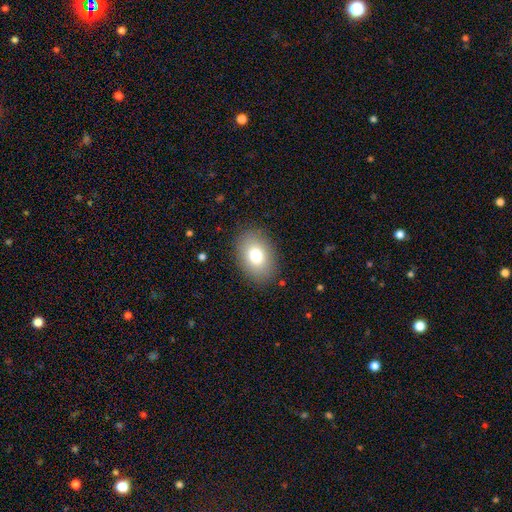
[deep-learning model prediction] Morphology: type=smooth (78%); roundness=in between (79%); merging=none (86%).